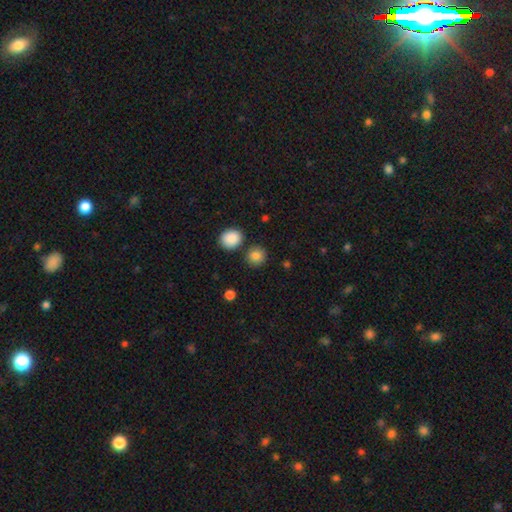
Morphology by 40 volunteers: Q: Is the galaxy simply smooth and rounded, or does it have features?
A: smooth — 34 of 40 (85%).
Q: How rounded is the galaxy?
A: round — 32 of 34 (94%).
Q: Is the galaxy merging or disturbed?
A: none — 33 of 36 (92%).